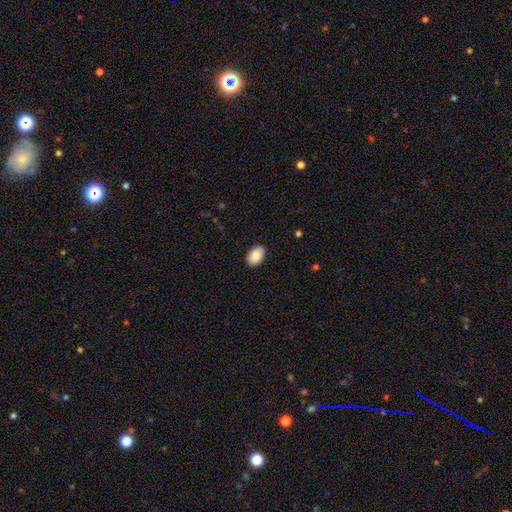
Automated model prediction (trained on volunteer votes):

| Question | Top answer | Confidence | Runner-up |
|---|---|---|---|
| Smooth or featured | smooth | 89% | star or artifact (7%) |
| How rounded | in between | 90% | round (9%) |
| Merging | none | 88% | minor disturbance (9%) |